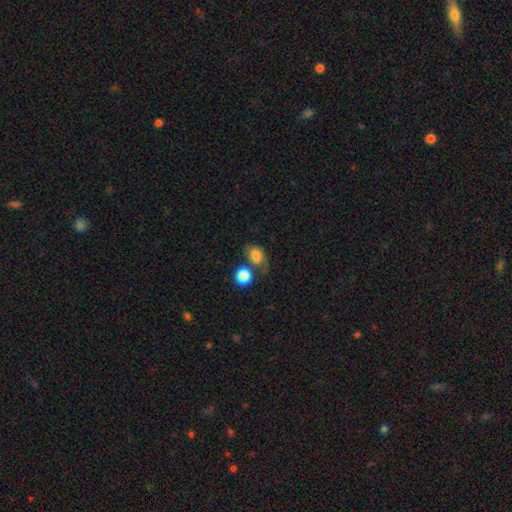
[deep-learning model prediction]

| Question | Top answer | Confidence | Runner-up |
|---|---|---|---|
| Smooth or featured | smooth | 73% | featured or disk (17%) |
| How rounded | in between | 62% | round (37%) |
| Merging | none | 34% | merger (33%) |